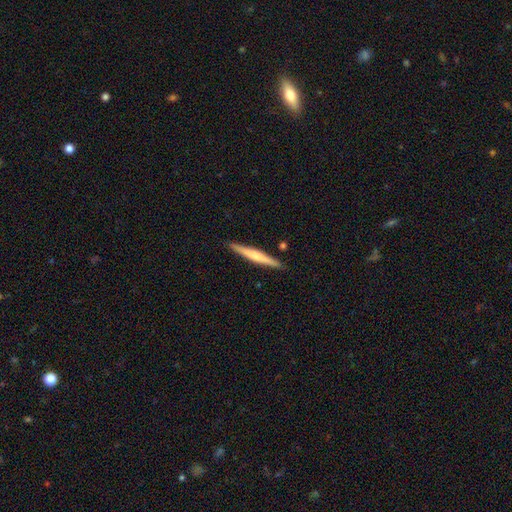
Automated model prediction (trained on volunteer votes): Morphology: type=featured or disk (51%); edge-on=yes (97%); edge-on bulge=rounded (60%); merging=none (90%).